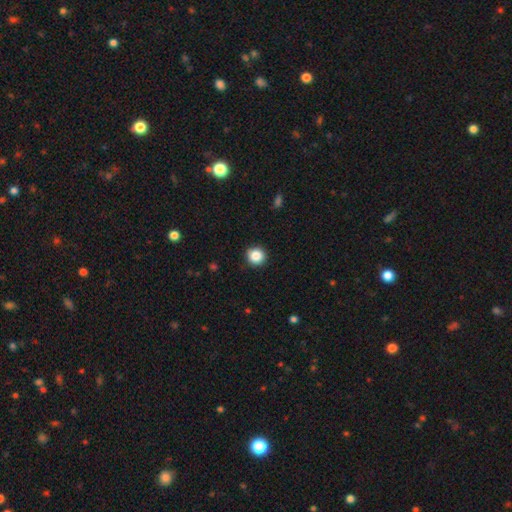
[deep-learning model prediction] This appears to be a smooth galaxy with no disk features (86%) that is round (92%). Merging: none (91%).